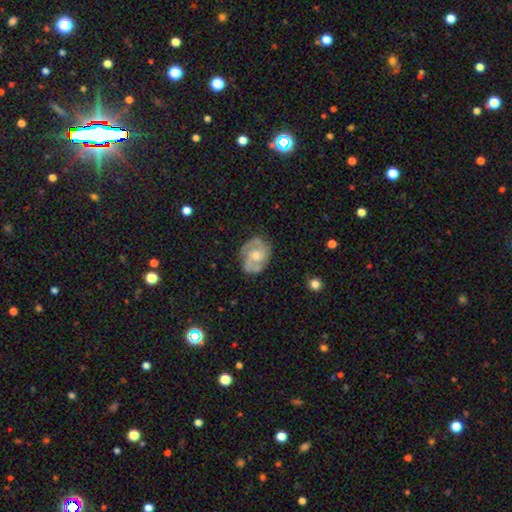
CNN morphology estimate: Smooth or featured? Predicted: featured or disk (p=0.78). Edge-on disk? Predicted: no (p=0.97). Bar? Predicted: no (p=0.63). Spiral arms? Predicted: yes (p=0.92). Spiral winding? Predicted: medium (p=0.46). Spiral arm count? Predicted: 2 (p=0.65). Bulge size? Predicted: moderate (p=0.59). Merging? Predicted: none (p=0.74).